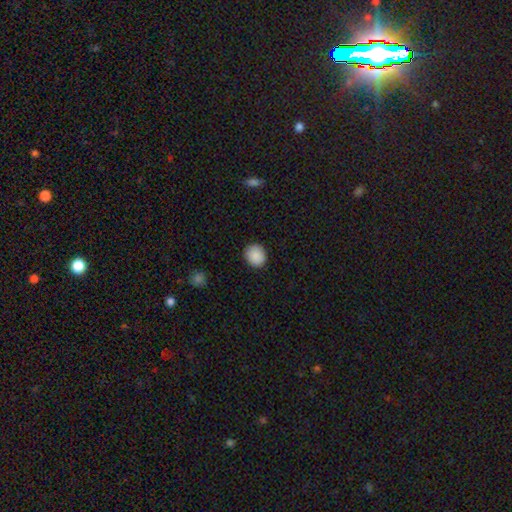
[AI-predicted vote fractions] smooth 90%, star or artifact 8%, featured or disk 3%. Down the decision tree: how rounded — round (78%); merging — none (90%).